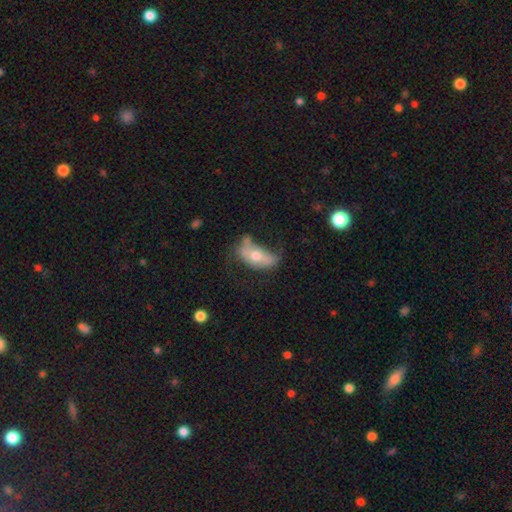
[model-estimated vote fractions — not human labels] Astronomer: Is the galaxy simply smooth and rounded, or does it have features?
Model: smooth — 49% (runner-up: featured or disk, 43%).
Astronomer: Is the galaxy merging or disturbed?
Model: minor disturbance — 32% (runner-up: major disturbance, 31%).